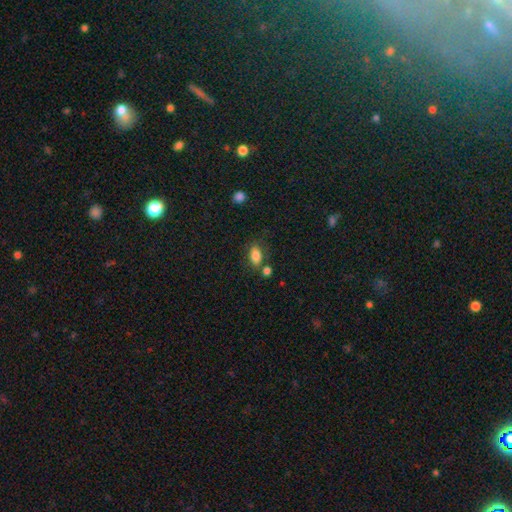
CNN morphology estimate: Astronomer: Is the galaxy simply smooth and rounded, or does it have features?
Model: smooth — 83%.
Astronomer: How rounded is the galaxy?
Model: in between — 86%.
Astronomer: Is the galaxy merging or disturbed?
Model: none — 63%.